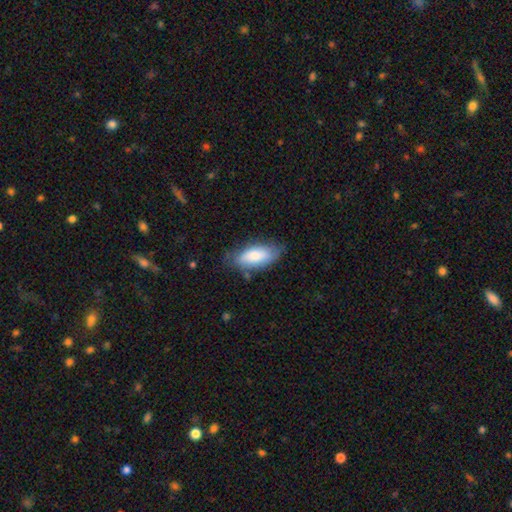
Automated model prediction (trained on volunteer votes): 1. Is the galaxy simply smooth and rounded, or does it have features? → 78% smooth, 16% featured or disk, 6% star or artifact.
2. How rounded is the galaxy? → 88% in between, 10% cigar-shaped, 2% round.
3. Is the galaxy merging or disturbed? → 68% none, 24% minor disturbance, 6% major disturbance, 2% merger.